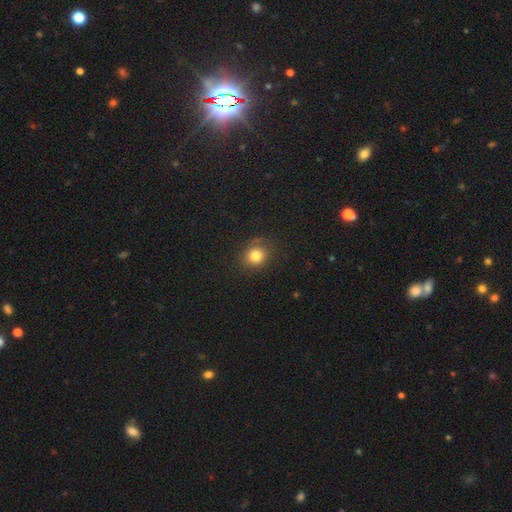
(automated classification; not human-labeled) A smooth galaxy with no disk features (80%) that is round (80%).

Vote fractions:
- Smooth or featured? smooth: 80% / star or artifact: 12% / featured or disk: 7%
- How rounded? round: 80% / in between: 19% / cigar-shaped: 1%
- Merging? none: 78% / minor disturbance: 15% / major disturbance: 5% / merger: 2%